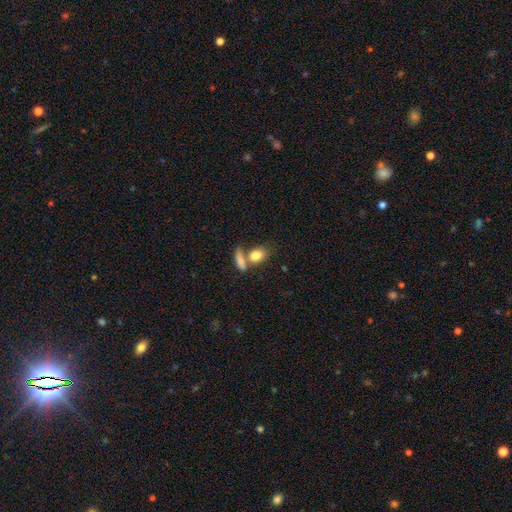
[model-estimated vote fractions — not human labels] smooth-or-featured: smooth: 83% | featured or disk: 10% | star or artifact: 7%
  how-rounded: in between: 66% | round: 29% | cigar-shaped: 5%
  merging: merger: 43% | none: 42% | minor disturbance: 10% | major disturbance: 5%